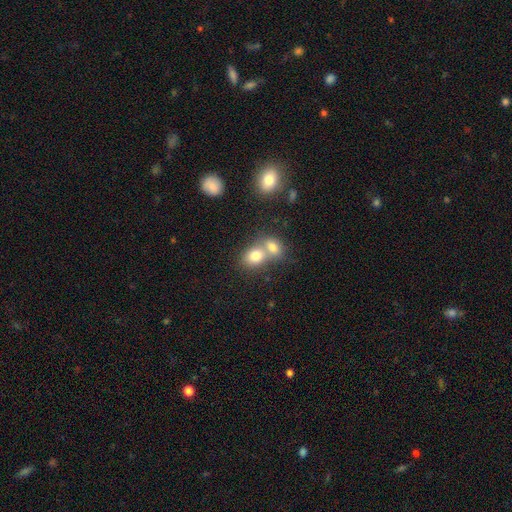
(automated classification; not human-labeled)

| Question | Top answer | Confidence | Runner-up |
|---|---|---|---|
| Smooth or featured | smooth | 79% | featured or disk (11%) |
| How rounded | in between | 55% | round (44%) |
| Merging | merger | 59% | none (31%) |